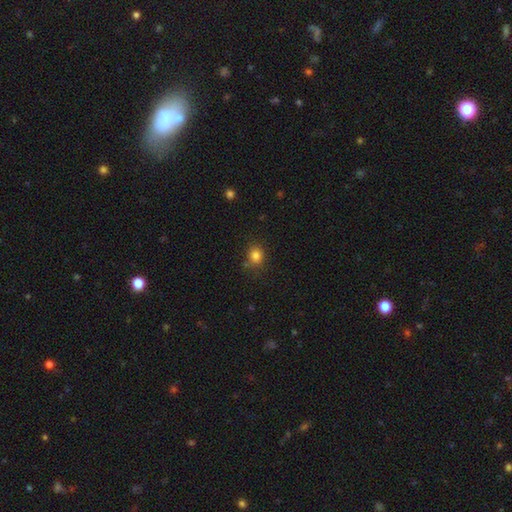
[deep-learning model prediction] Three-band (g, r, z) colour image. It shows a smooth galaxy with no disk features (81%) that is round (69%). Merging: none (79%).